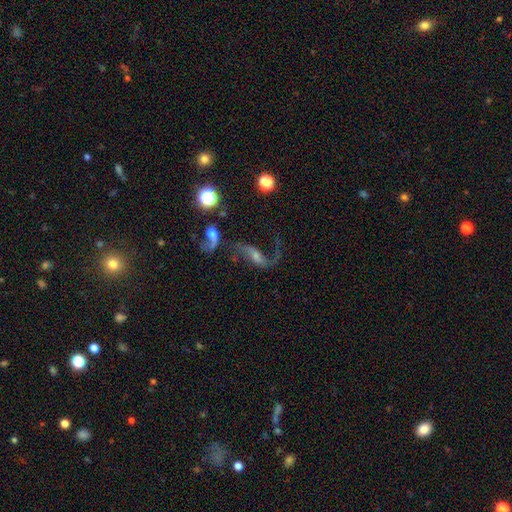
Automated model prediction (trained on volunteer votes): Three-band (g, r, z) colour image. It shows a featured or disk galaxy (80%) with a weak bar (40%), 2 (88%) loose (88%) spiral arms (92%) and a small central bulge (47%). Merging: none (50%).